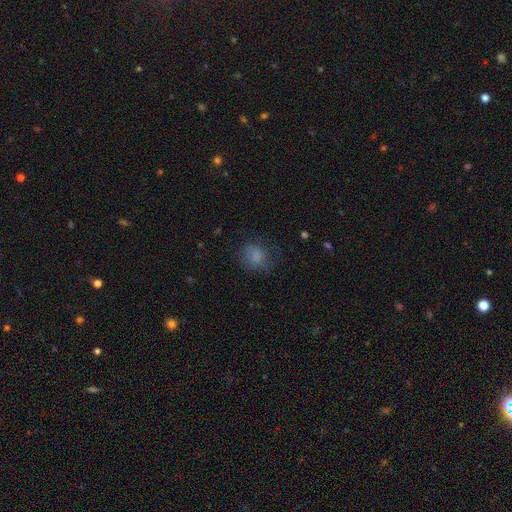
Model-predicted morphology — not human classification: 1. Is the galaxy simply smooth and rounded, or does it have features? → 79% smooth, 12% star or artifact, 9% featured or disk.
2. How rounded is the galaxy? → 66% round, 33% in between, 1% cigar-shaped.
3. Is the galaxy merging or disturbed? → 65% none, 22% minor disturbance, 12% major disturbance, 1% merger.